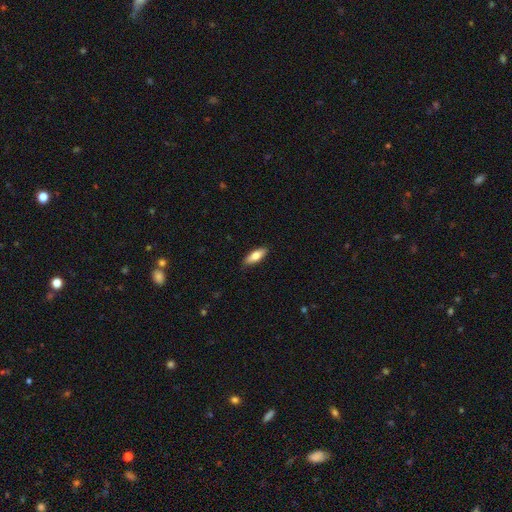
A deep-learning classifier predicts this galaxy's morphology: A smooth galaxy with no disk features (74%) that is in between round and cigar-shaped (65%). Merging: none (86%).